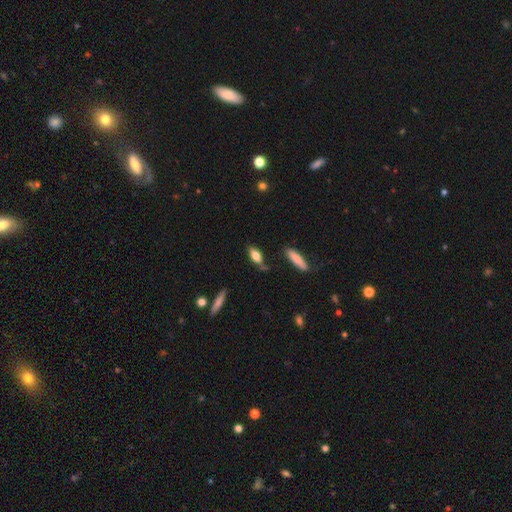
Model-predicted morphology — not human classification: smooth-or-featured: smooth: 72% | featured or disk: 20% | star or artifact: 7%
  how-rounded: in between: 73% | cigar-shaped: 24% | round: 3%
  merging: none: 73% | minor disturbance: 17% | merger: 5% | major disturbance: 4%